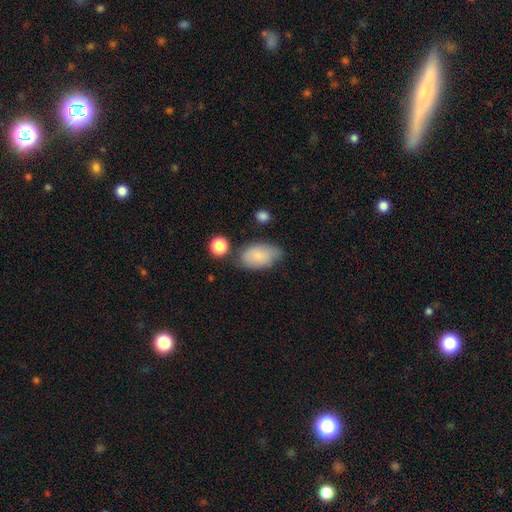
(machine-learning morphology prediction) type=smooth (80%); roundness=in between (92%); merging=none (58%).